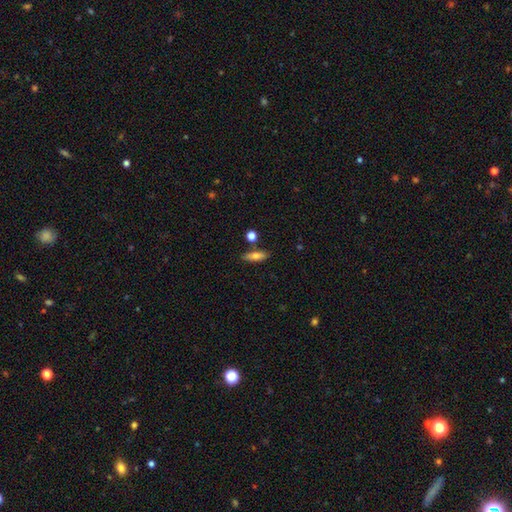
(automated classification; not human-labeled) smooth 72%, featured or disk 20%, star or artifact 8%. Down the decision tree: how rounded — in between (57%); merging — none (79%).